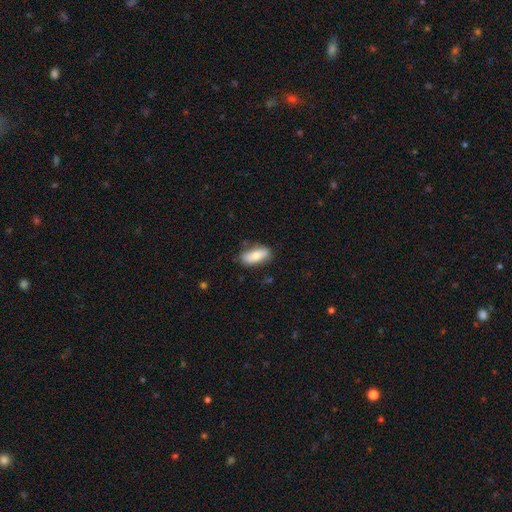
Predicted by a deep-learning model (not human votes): Smooth or featured: smooth — 77% (featured or disk — 16%)
How rounded: in between — 82% (cigar-shaped — 15%)
Merging: none — 77% (minor disturbance — 18%)